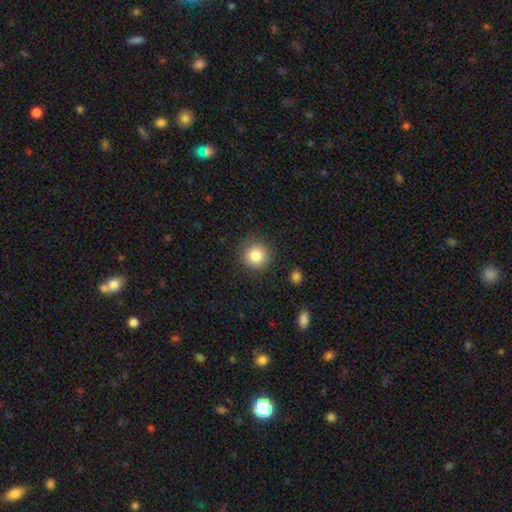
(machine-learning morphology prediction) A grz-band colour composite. It shows a smooth galaxy with no disk features (84%) that is round (94%). Merging: none (88%).